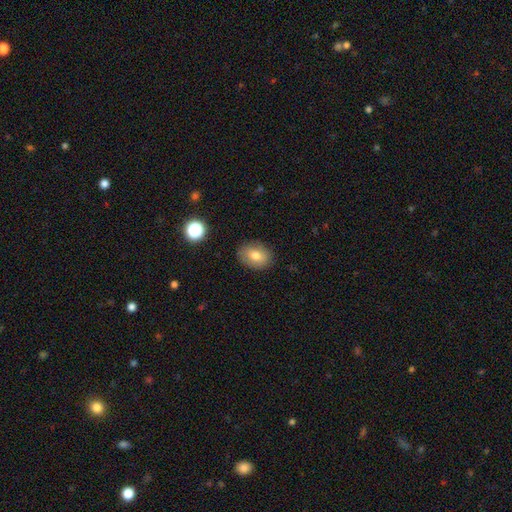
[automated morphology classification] Smooth or featured?
  - smooth: 77% *
  - featured or disk: 14%
  - star or artifact: 9%
How rounded?
  - in between: 74% *
  - round: 25%
  - cigar-shaped: 1%
Merging?
  - none: 86% *
  - minor disturbance: 11%
  - major disturbance: 3%
  - merger: 1%